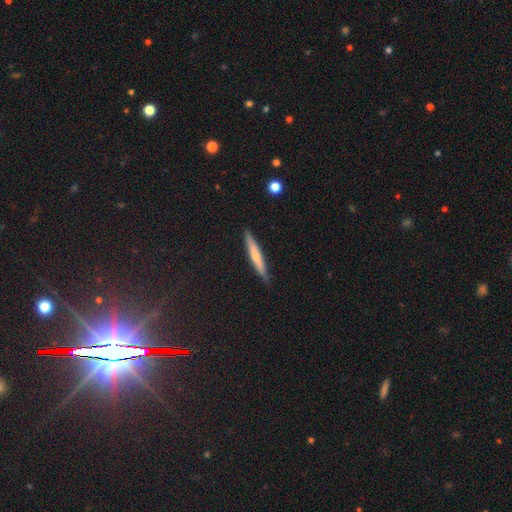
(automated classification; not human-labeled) Morphology: type=smooth (55%); roundness=cigar-shaped (94%); merging=none (87%).